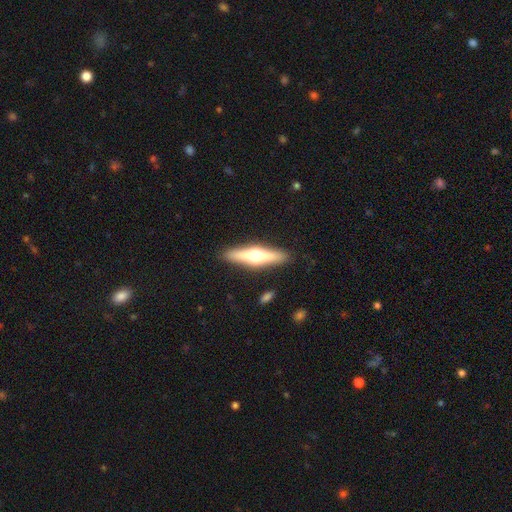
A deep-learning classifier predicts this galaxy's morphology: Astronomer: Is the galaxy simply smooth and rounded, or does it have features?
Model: featured or disk — 58% (runner-up: smooth, 36%).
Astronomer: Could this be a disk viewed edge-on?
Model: yes — 94%.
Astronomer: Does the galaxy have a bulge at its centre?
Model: rounded — 94%.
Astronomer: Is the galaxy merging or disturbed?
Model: none — 89%.